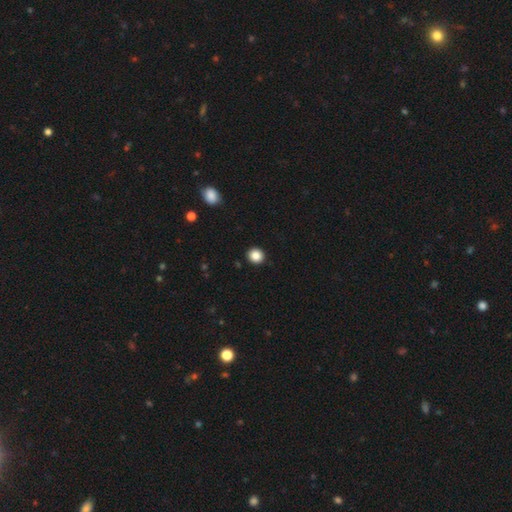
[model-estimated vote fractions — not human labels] The model was most divided on "smooth or featured": smooth: 86%, star or artifact: 10%, featured or disk: 4%. More confident: merging — none (93%); how rounded — round (90%).